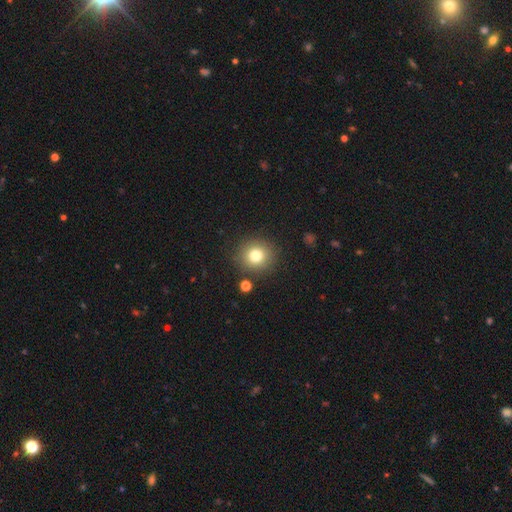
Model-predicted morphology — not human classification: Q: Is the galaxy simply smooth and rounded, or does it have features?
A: smooth — 78%.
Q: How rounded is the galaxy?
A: round — 90%.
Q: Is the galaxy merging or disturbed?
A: none — 86%.